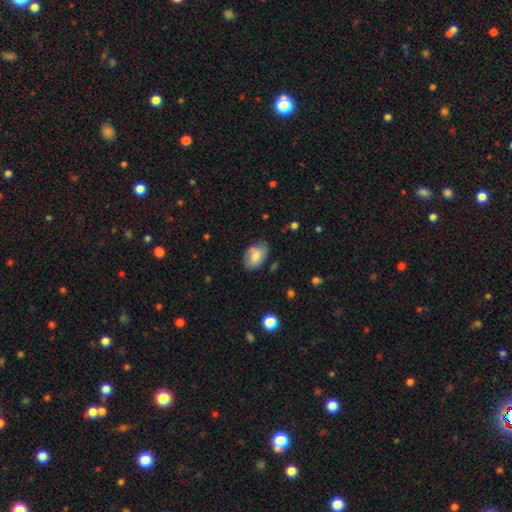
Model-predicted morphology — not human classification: type=smooth (70%); roundness=in between (89%); merging=none (63%).